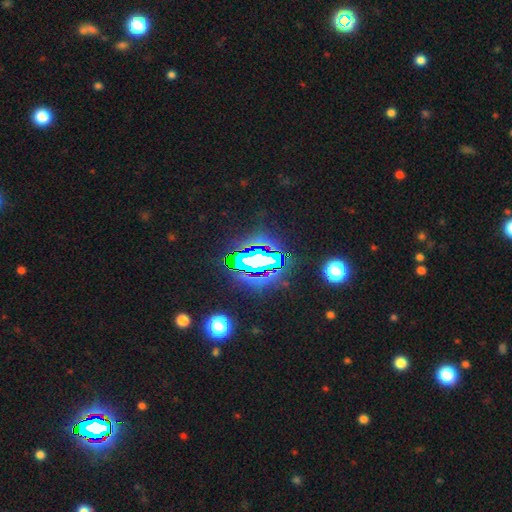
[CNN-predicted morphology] Smooth or featured: star or artifact — 68% (featured or disk — 16%)